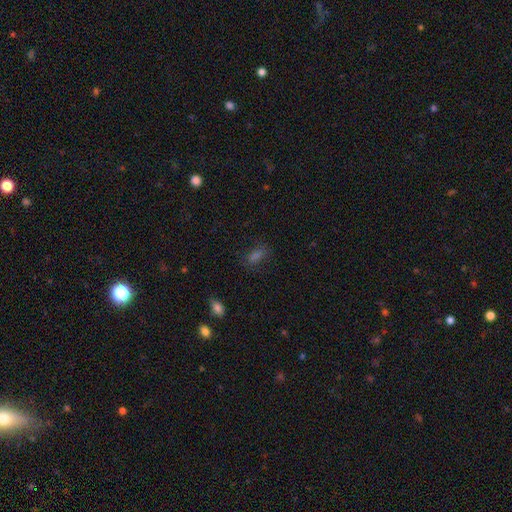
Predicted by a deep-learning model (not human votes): The model was most divided on "smooth or featured": smooth: 59%, star or artifact: 30%, featured or disk: 11%. More confident: merging — none (78%); how rounded — in between (77%).